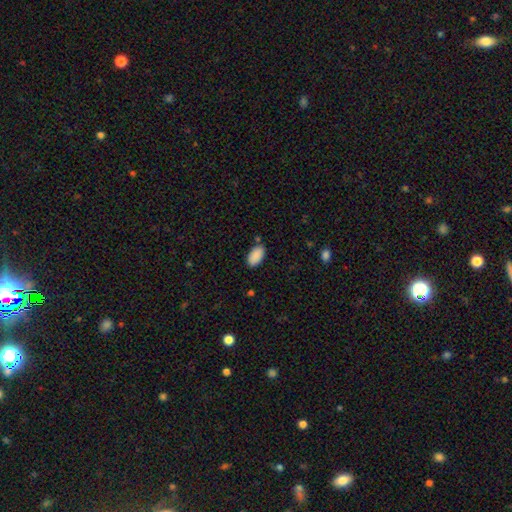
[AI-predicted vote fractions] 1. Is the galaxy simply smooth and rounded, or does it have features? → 90% smooth, 7% star or artifact, 3% featured or disk.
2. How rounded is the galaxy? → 95% in between, 3% round, 2% cigar-shaped.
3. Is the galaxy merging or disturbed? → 82% none, 12% minor disturbance, 4% merger, 3% major disturbance.